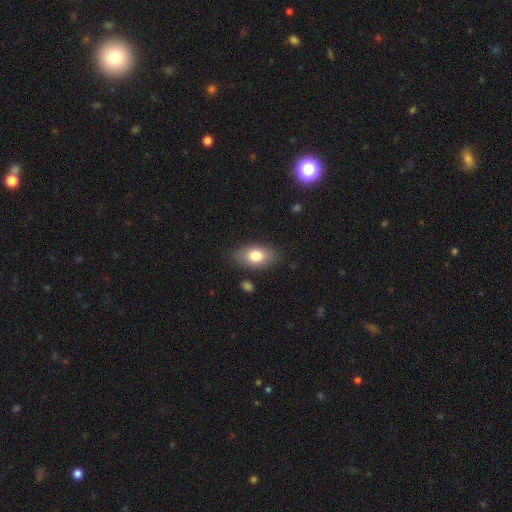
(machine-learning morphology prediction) The model was most divided on "smooth or featured": smooth: 79%, featured or disk: 14%, star or artifact: 7%. More confident: how rounded — in between (90%); merging — none (82%).